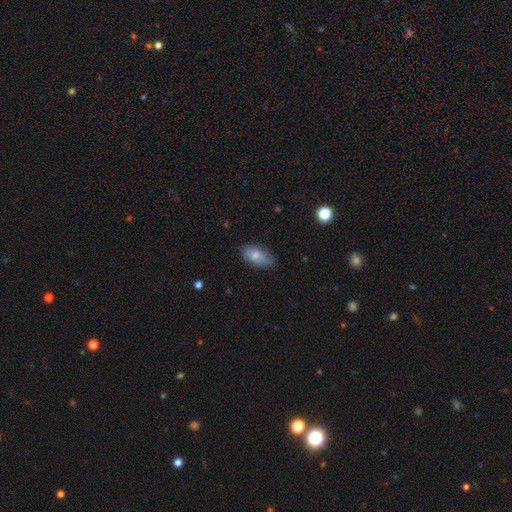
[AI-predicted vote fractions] smooth 79%, featured or disk 14%, star or artifact 7%. Down the decision tree: how rounded — in between (92%); merging — none (77%).